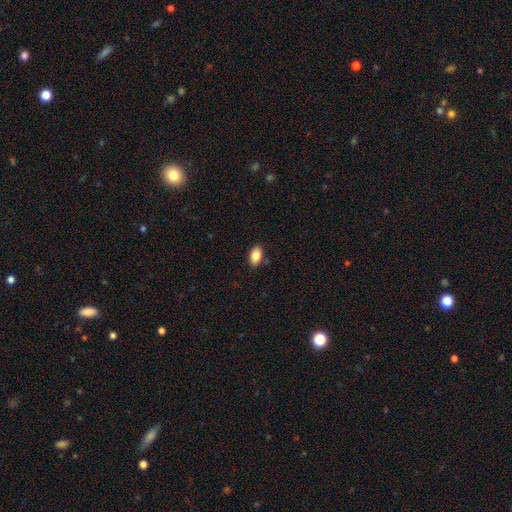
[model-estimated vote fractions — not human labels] Smooth or featured? smooth (85%)
How rounded? in between (92%)
Merging? none (87%)